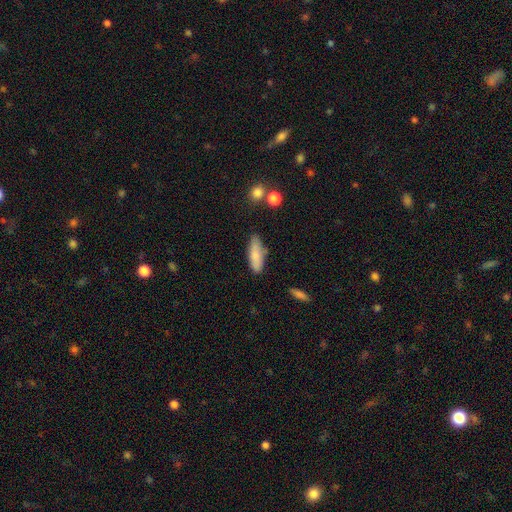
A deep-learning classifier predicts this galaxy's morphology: Q: Smooth or featured?
A: smooth (82%); runner-up: featured or disk (12%)
Q: How rounded?
A: in between (56%); runner-up: cigar-shaped (42%)
Q: Merging?
A: none (73%); runner-up: minor disturbance (19%)